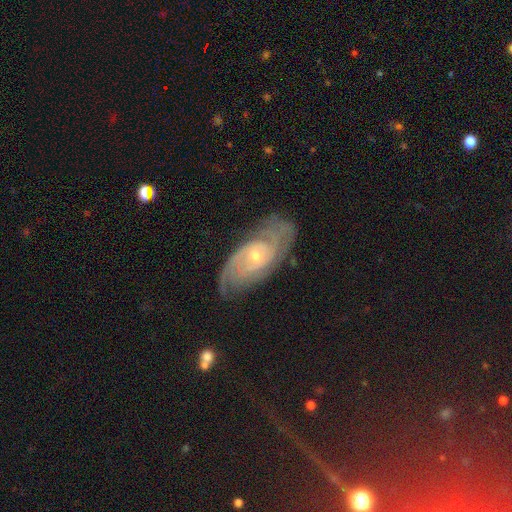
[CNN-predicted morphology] Overall: featured or disk (87%). Edge-on disk: no (94%). Bar: no (62%; weak 32%). Spiral arms: yes (96%). Spiral arm count: 2 (42%; can't tell 26%). Spiral winding: tight (63%; medium 30%). Bulge size: small (62%; moderate 35%). Merging: none (73%).